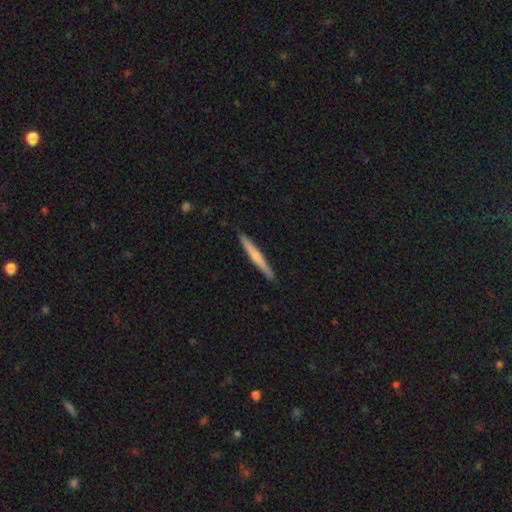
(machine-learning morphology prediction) Smooth or featured?
  - smooth: 53% *
  - featured or disk: 42%
  - star or artifact: 5%
How rounded?
  - cigar-shaped: 96% *
  - in between: 2%
  - round: 1%
Merging?
  - none: 91% *
  - minor disturbance: 6%
  - major disturbance: 1%
  - merger: 1%